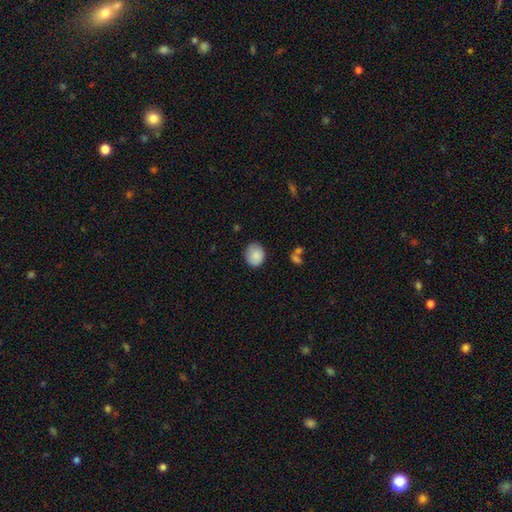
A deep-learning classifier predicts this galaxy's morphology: Smooth or featured?
  - smooth: 86% *
  - star or artifact: 7%
  - featured or disk: 6%
How rounded?
  - round: 67% *
  - in between: 32%
  - cigar-shaped: 1%
Merging?
  - none: 81% *
  - minor disturbance: 15%
  - major disturbance: 3%
  - merger: 2%